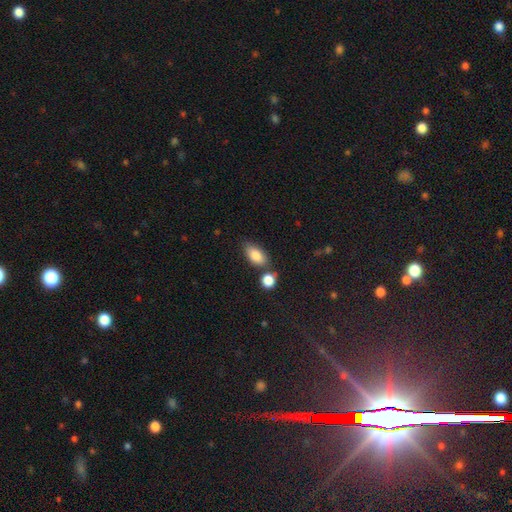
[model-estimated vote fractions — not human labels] A smooth galaxy with no disk features (84%) that is in between round and cigar-shaped (90%).

Vote fractions:
- Smooth or featured? smooth: 84% / featured or disk: 9% / star or artifact: 7%
- How rounded? in between: 90% / round: 6% / cigar-shaped: 4%
- Merging? none: 67% / minor disturbance: 15% / merger: 14% / major disturbance: 4%